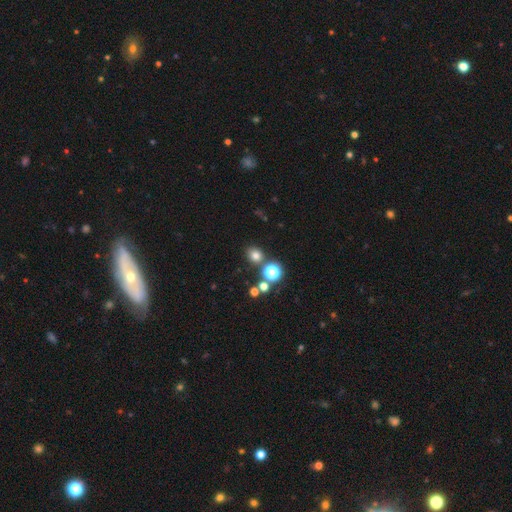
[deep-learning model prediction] Smooth or featured? smooth (72%)
How rounded? round (71%)
Merging? none (78%)